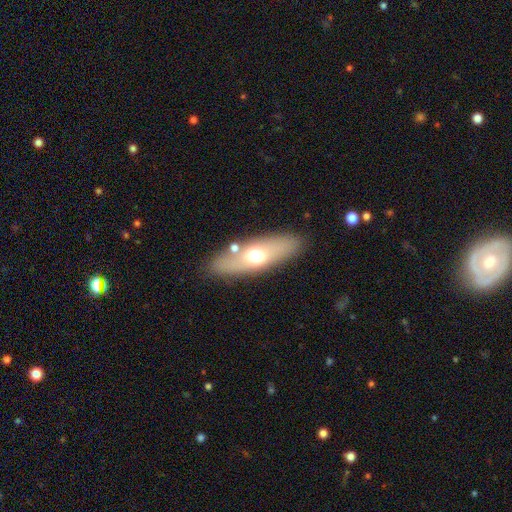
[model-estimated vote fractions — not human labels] Smooth or featured? smooth (58%)
How rounded? in between (59%)
Merging? none (80%)